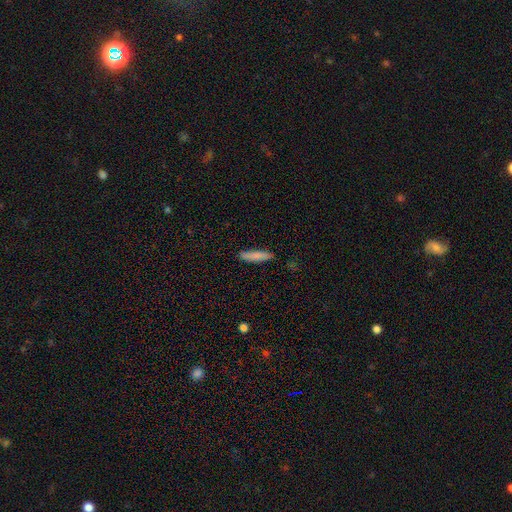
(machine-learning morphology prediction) A smooth galaxy with no disk features (82%) that is cigar-shaped (83%).

Vote fractions:
- Smooth or featured? smooth: 82% / featured or disk: 12% / star or artifact: 6%
- How rounded? cigar-shaped: 83% / in between: 15% / round: 1%
- Merging? none: 85% / minor disturbance: 12% / major disturbance: 2% / merger: 1%